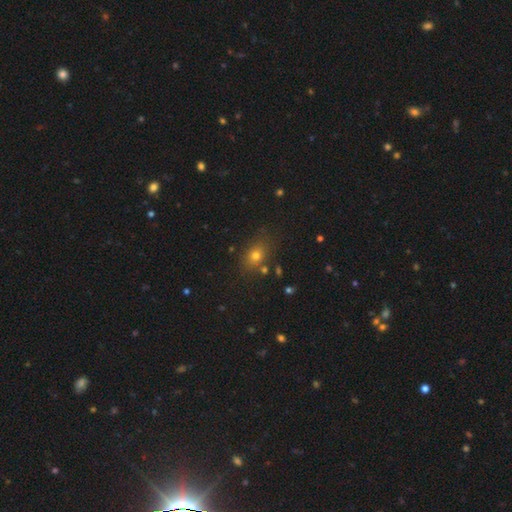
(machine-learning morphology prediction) type=smooth (71%); roundness=in between (59%); merging=none (78%).